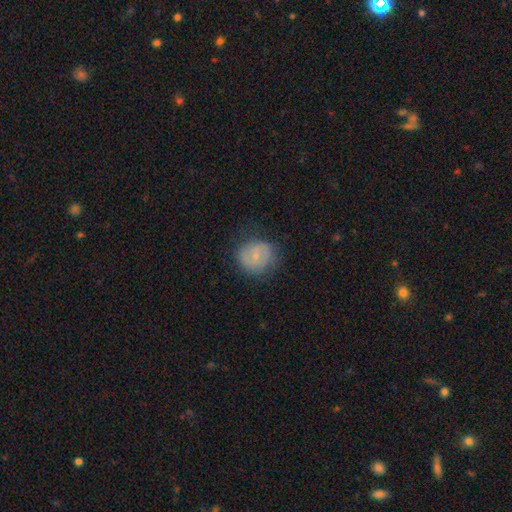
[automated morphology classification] smooth-or-featured: smooth: 58% | featured or disk: 34% | star or artifact: 8%
  how-rounded: round: 82% | in between: 17% | cigar-shaped: 1%
  merging: none: 72% | minor disturbance: 19% | major disturbance: 7% | merger: 1%